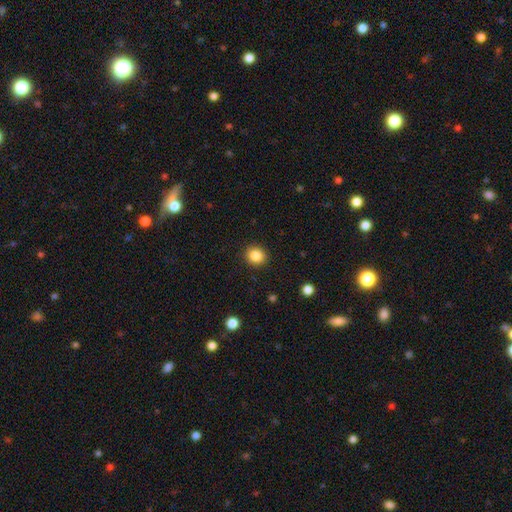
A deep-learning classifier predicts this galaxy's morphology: smooth-or-featured: smooth: 86% | star or artifact: 10% | featured or disk: 4%
  how-rounded: round: 85% | in between: 14% | cigar-shaped: 1%
  merging: none: 91% | minor disturbance: 6% | major disturbance: 2% | merger: 1%